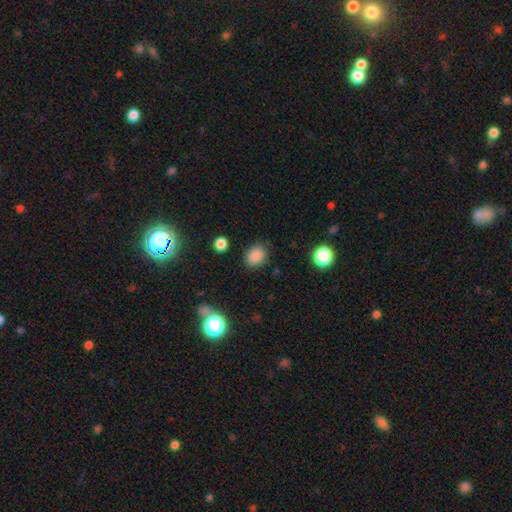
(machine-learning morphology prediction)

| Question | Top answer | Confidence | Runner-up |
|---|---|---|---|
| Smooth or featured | smooth | 85% | star or artifact (11%) |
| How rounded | round | 58% | in between (41%) |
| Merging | none | 83% | minor disturbance (12%) |